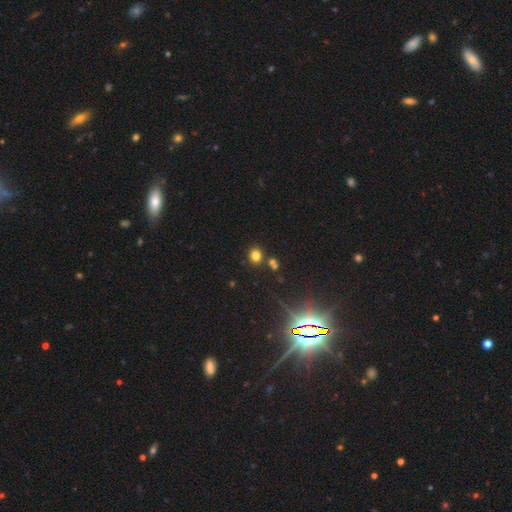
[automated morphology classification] Smooth or featured? smooth (77%)
How rounded? round (77%)
Merging? none (79%)